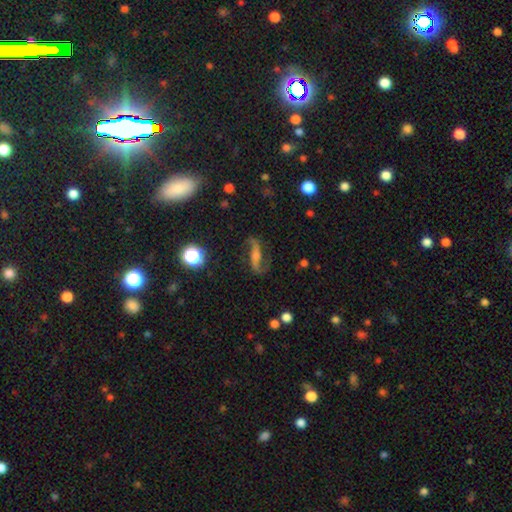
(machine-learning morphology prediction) Q: Smooth or featured?
A: featured or disk (78%); runner-up: star or artifact (11%)
Q: Edge-on disk?
A: no (87%); runner-up: yes (13%)
Q: Bar?
A: no (34%); tied with: strong (34%)
Q: Spiral arms?
A: yes (94%); runner-up: no (6%)
Q: Spiral winding?
A: loose (77%); runner-up: medium (18%)
Q: Spiral arm count?
A: 2 (92%); runner-up: 1 (2%)
Q: Bulge size?
A: small (43%); runner-up: moderate (38%)
Q: Merging?
A: none (76%); runner-up: minor disturbance (14%)